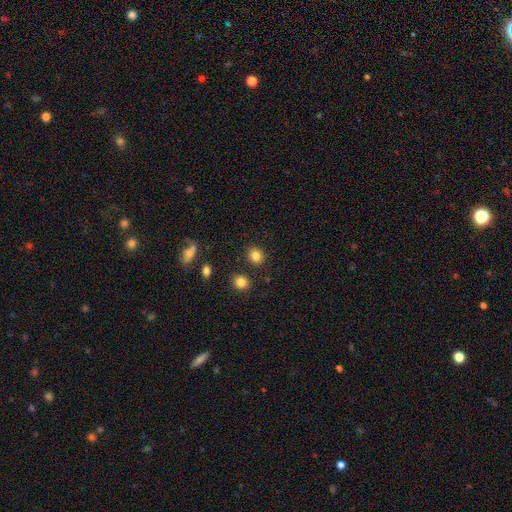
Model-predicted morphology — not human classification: Q: Smooth or featured?
A: smooth (84%); runner-up: star or artifact (10%)
Q: How rounded?
A: round (71%); runner-up: in between (28%)
Q: Merging?
A: none (86%); runner-up: minor disturbance (8%)